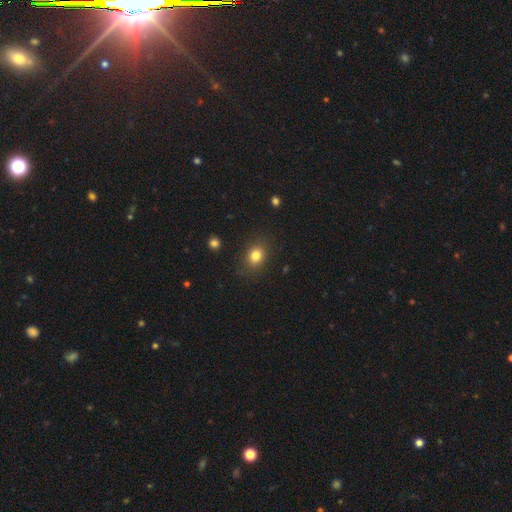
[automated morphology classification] type=smooth (81%); roundness=round (50%); merging=none (84%).